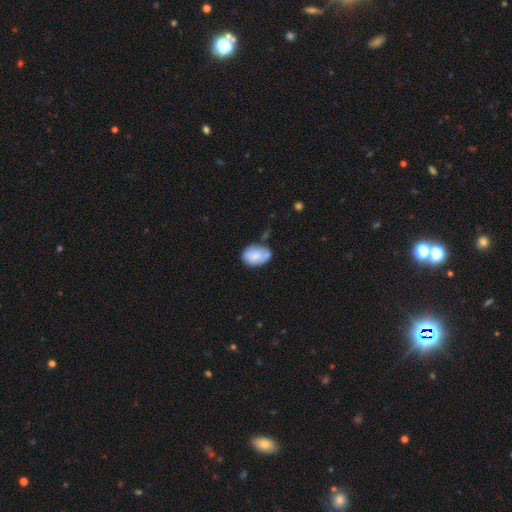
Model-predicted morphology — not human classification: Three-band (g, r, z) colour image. It shows a smooth galaxy with no disk features (73%) that is in between round and cigar-shaped (78%). Merging: none (51%).